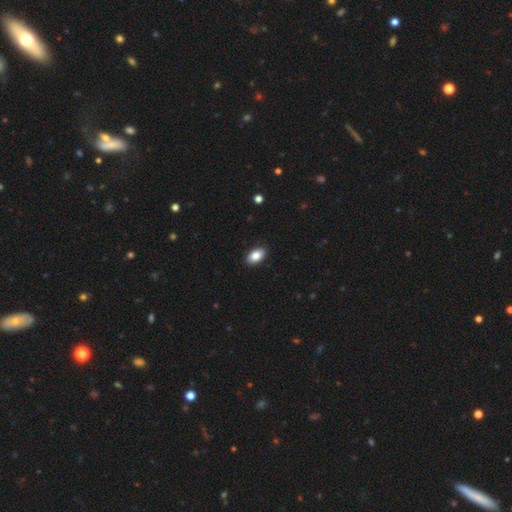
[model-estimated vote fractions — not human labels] smooth 85%, featured or disk 8%, star or artifact 7%. Down the decision tree: how rounded — in between (92%); merging — none (90%).